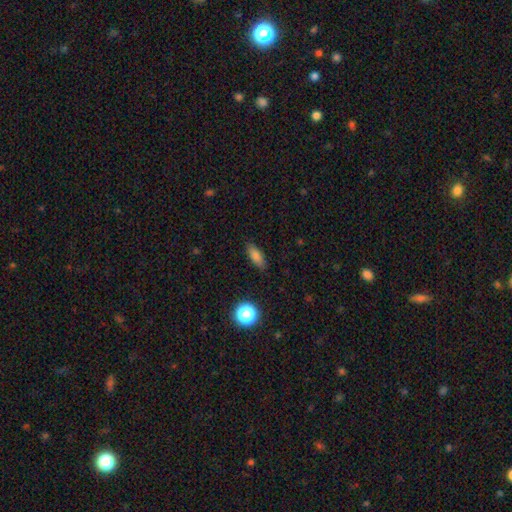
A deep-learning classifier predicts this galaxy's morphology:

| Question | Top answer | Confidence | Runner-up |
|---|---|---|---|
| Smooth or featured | smooth | 78% | featured or disk (11%) |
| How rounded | in between | 69% | cigar-shaped (25%) |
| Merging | none | 84% | minor disturbance (12%) |